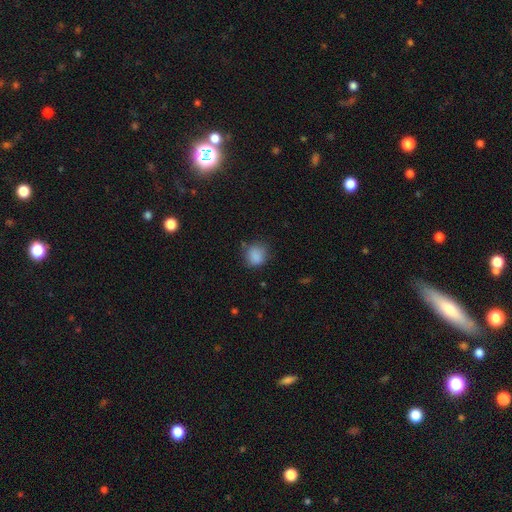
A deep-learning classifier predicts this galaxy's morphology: Q: Smooth or featured?
A: smooth (86%); runner-up: star or artifact (9%)
Q: How rounded?
A: round (75%); runner-up: in between (24%)
Q: Merging?
A: none (72%); runner-up: minor disturbance (20%)